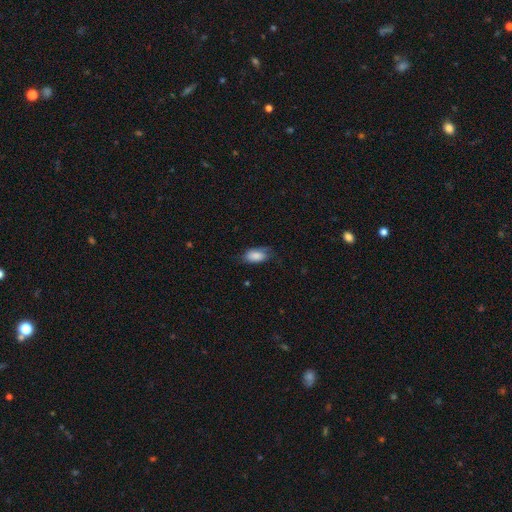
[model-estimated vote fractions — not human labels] Q: Smooth or featured?
A: smooth (80%); runner-up: featured or disk (13%)
Q: How rounded?
A: in between (92%); runner-up: cigar-shaped (4%)
Q: Merging?
A: none (60%); runner-up: minor disturbance (29%)